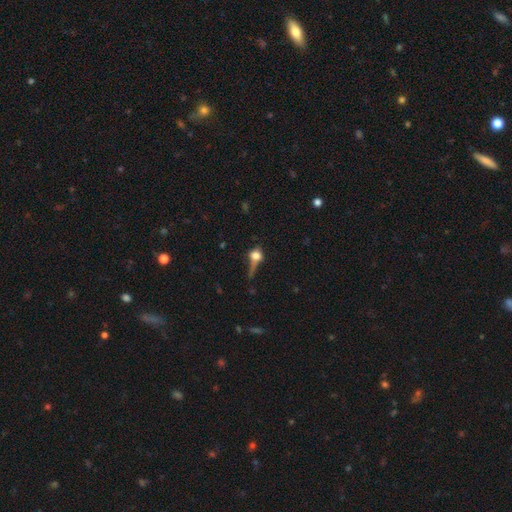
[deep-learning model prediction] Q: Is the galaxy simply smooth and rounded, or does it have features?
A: smooth — 63%.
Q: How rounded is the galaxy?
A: round — 62%.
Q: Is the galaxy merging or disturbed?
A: none — 33%.